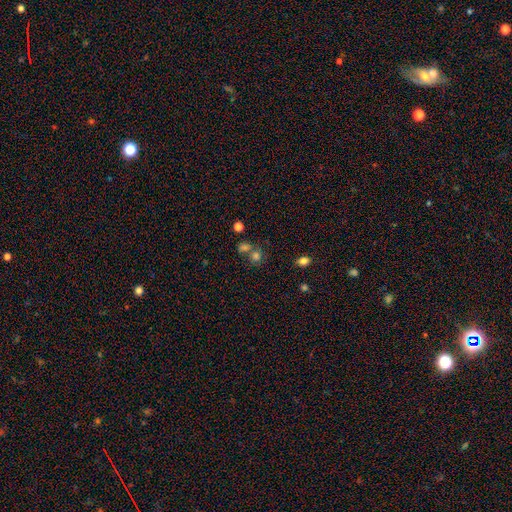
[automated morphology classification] smooth-or-featured: smooth: 70% | star or artifact: 18% | featured or disk: 12%
  how-rounded: round: 74% | in between: 25% | cigar-shaped: 1%
  merging: none: 47% | merger: 38% | minor disturbance: 10% | major disturbance: 6%